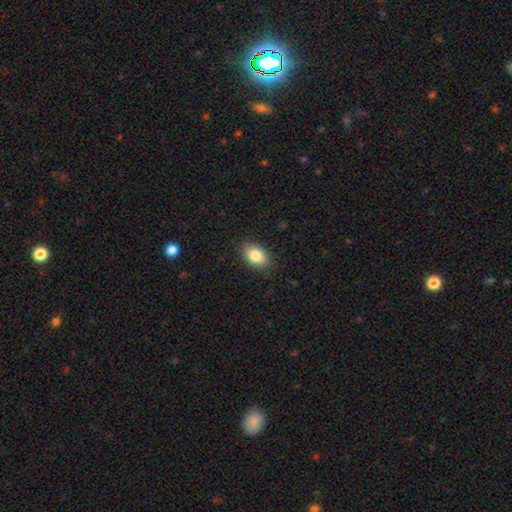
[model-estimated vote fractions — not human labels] A smooth galaxy with no disk features (85%) that is in between round and cigar-shaped (86%). Merging: none (87%).